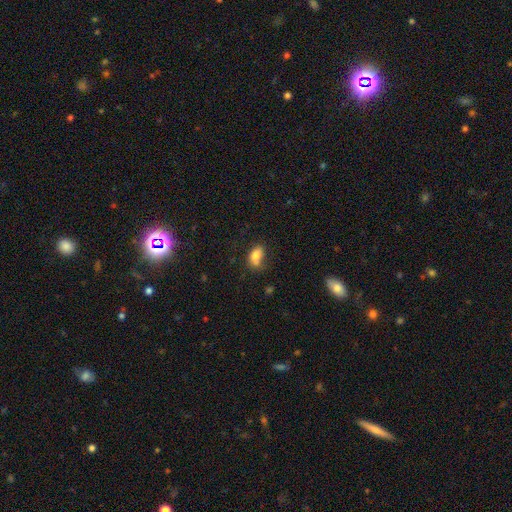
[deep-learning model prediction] Smooth or featured: smooth — 80% (featured or disk — 11%)
How rounded: in between — 87% (round — 10%)
Merging: none — 52% (minor disturbance — 26%)